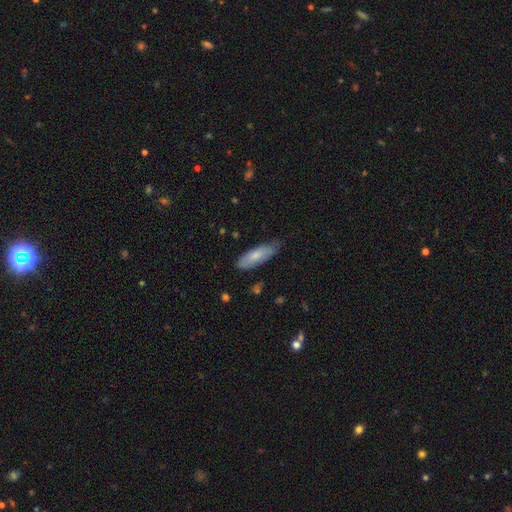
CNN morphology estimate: Smooth or featured? Predicted: smooth (p=0.74). How rounded? Predicted: in between (p=0.57). Merging? Predicted: none (p=0.69).